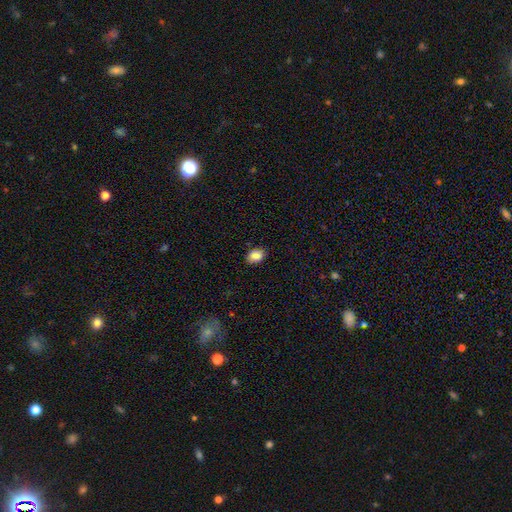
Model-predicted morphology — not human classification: This is clearly a smooth galaxy (87%). How rounded: likely in between (77%). Merging: clearly none (84%).